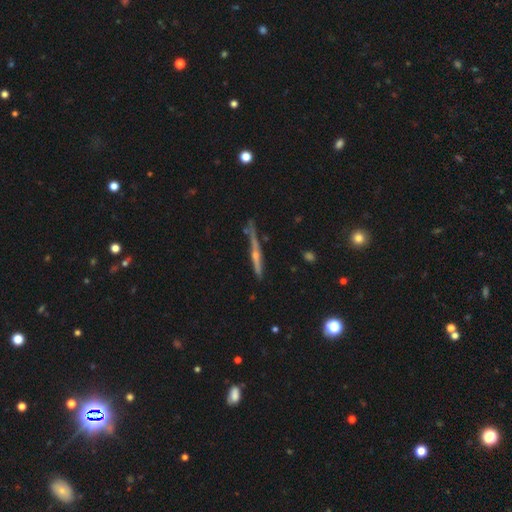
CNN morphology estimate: smooth_or_featured: featured or disk (p=0.70) [alt: smooth p=0.21]
disk_edge_on: yes (p=0.96) [alt: no p=0.04]
edge_on_bulge: rounded (p=0.69) [alt: none p=0.26]
merging: none (p=0.72) [alt: minor disturbance p=0.18]